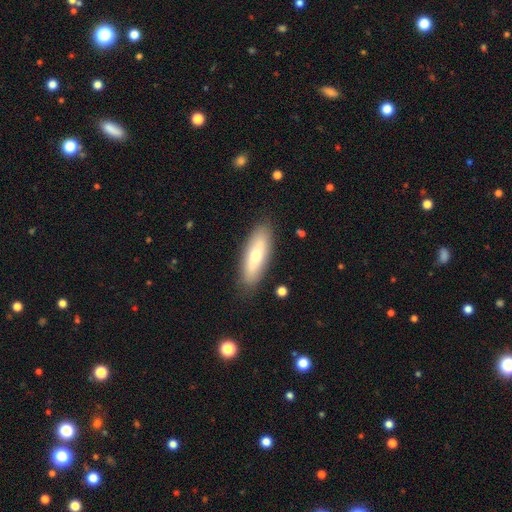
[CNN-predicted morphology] The model was most divided on "smooth or featured": smooth: 55%, featured or disk: 38%, star or artifact: 6%. More confident: merging — none (86%); how rounded — in between (58%).